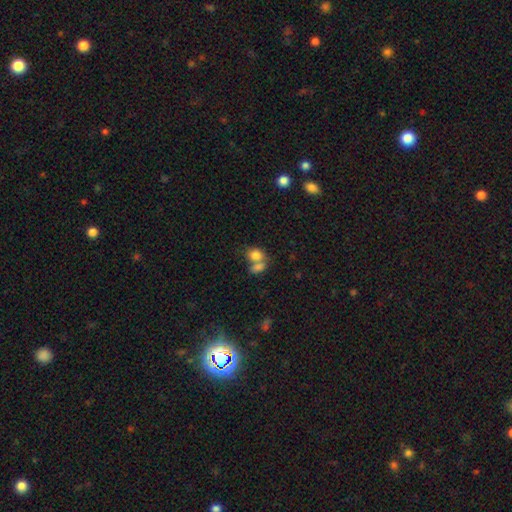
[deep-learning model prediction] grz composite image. It shows a smooth galaxy with no disk features (80%) that is in between round and cigar-shaped (65%). Merging: merger (58%).